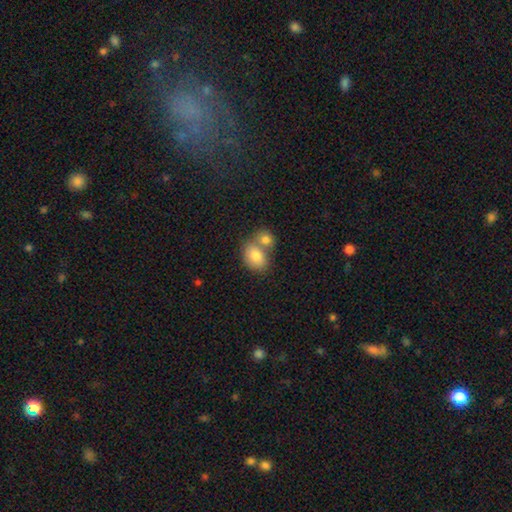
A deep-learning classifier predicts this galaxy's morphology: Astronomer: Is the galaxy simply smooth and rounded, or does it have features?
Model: smooth — 81%.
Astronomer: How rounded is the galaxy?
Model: in between — 69%.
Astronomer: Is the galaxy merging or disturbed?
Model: merger — 53% (runner-up: none, 35%).